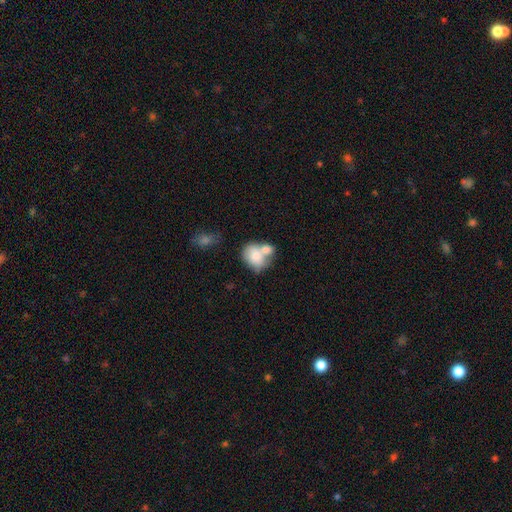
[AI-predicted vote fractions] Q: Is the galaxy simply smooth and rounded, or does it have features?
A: smooth — 75%.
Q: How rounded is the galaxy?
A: in between — 57%.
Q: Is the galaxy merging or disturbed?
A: merger — 58%.